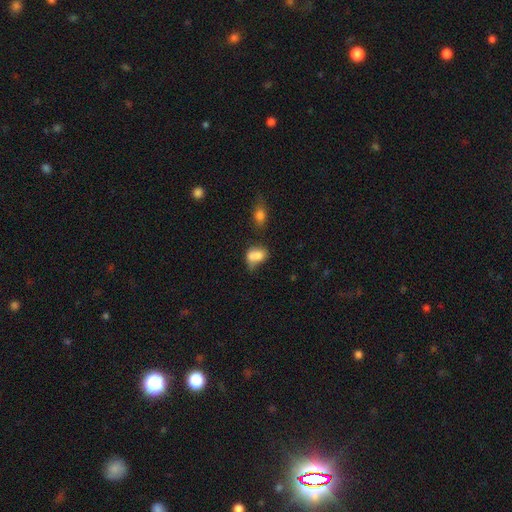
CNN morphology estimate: This is likely a smooth galaxy (74%). How rounded: likely in between (70%). Merging: possibly merger (51%).